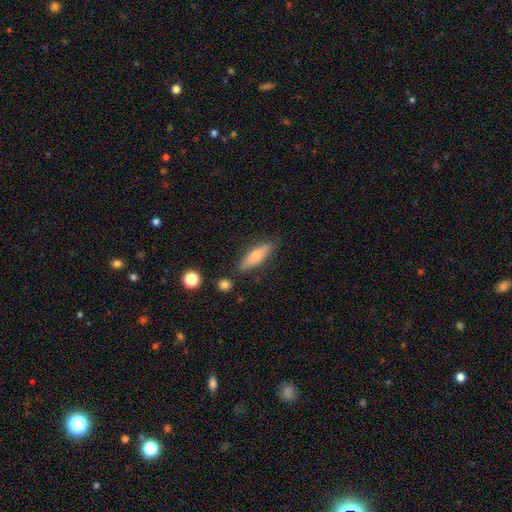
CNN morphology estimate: A smooth galaxy with no disk features (65%) that is cigar-shaped (62%).

Vote fractions:
- Smooth or featured? smooth: 65% / featured or disk: 28% / star or artifact: 6%
- How rounded? cigar-shaped: 62% / in between: 36% / round: 2%
- Merging? none: 81% / minor disturbance: 13% / merger: 4% / major disturbance: 3%